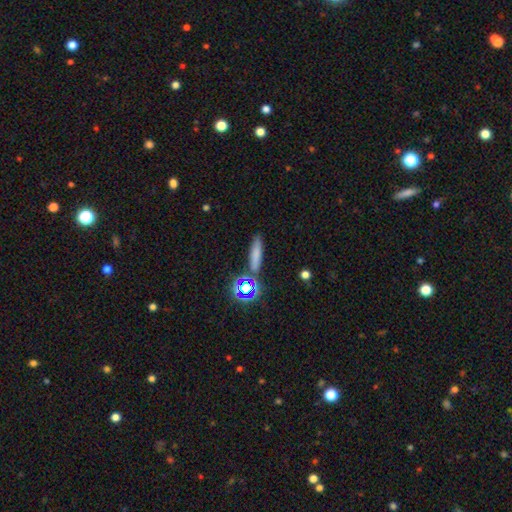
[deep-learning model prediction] A smooth galaxy with no disk features (71%) that is cigar-shaped (74%). Merging: none (80%).